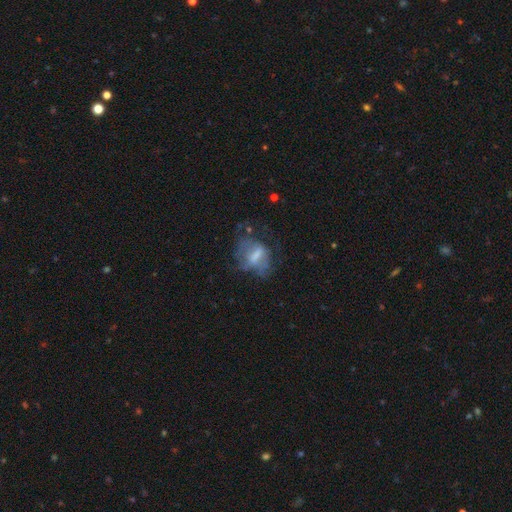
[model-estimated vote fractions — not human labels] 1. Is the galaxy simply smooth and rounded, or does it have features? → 47% featured or disk, 42% smooth, 11% star or artifact.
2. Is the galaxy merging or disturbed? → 38% none, 34% major disturbance, 24% minor disturbance, 4% merger.